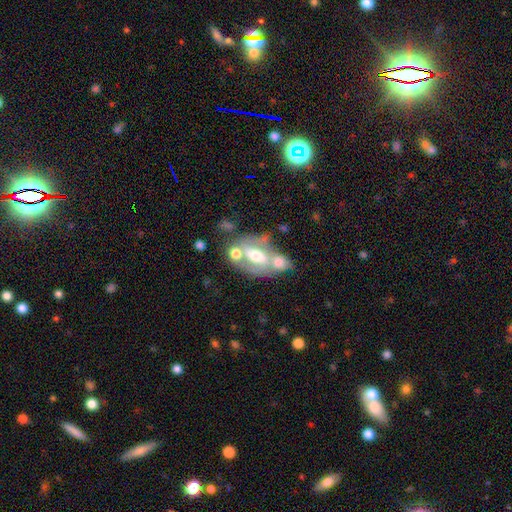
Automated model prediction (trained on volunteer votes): featured or disk 60%, smooth 32%, star or artifact 8%. Down the decision tree: edge-on disk — no (93%); bar — no (42%); spiral arms — no (62%); bulge size — moderate (56%); merging — merger (53%).